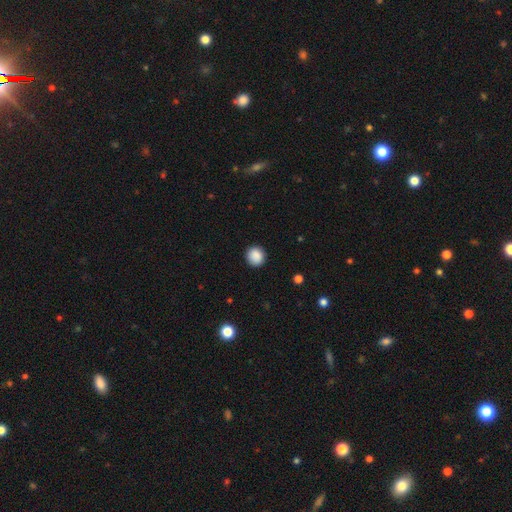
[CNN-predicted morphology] A smooth galaxy with no disk features (89%) that is round (90%). Merging: none (90%).